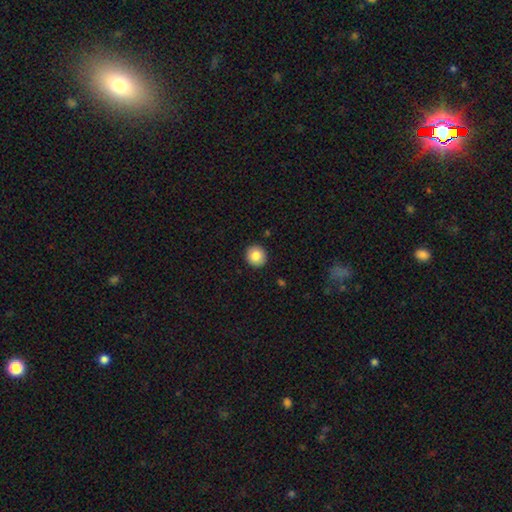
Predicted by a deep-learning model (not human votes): Smooth or featured? smooth (85%)
How rounded? round (91%)
Merging? none (92%)